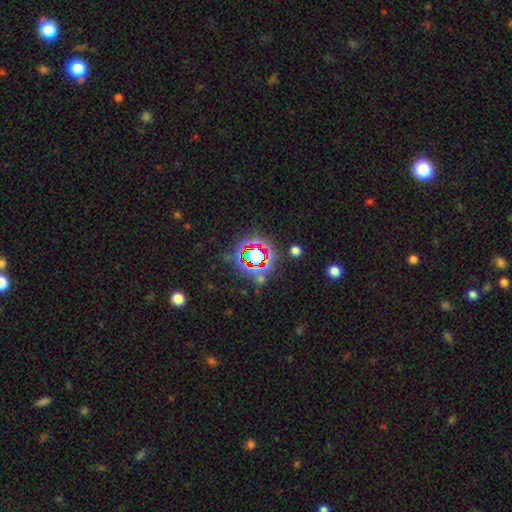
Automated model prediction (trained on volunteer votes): Smooth or featured: star or artifact — 69% (smooth — 18%)